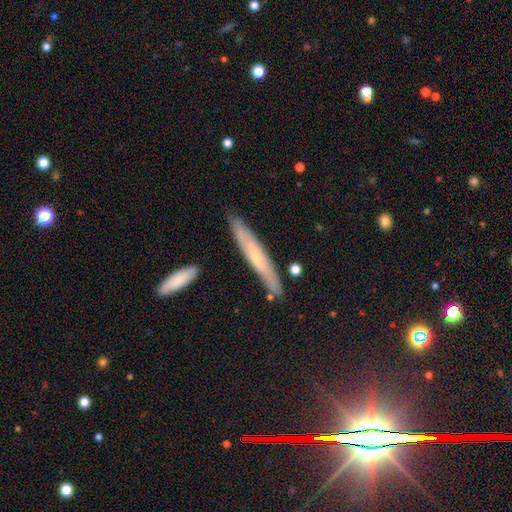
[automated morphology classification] Smooth or featured? Predicted: featured or disk (p=0.47, tied with smooth). Merging? Predicted: none (p=0.81).